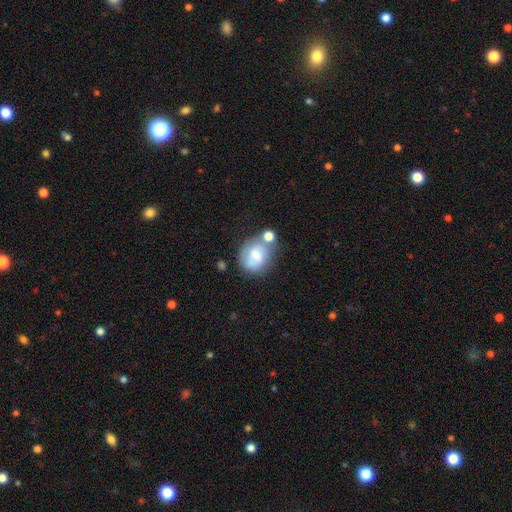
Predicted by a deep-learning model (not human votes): A smooth galaxy with no disk features (63%) that is round (62%).

Vote fractions:
- Smooth or featured? smooth: 63% / featured or disk: 28% / star or artifact: 9%
- How rounded? round: 62% / in between: 37% / cigar-shaped: 1%
- Merging? none: 41% / merger: 28% / minor disturbance: 20% / major disturbance: 10%